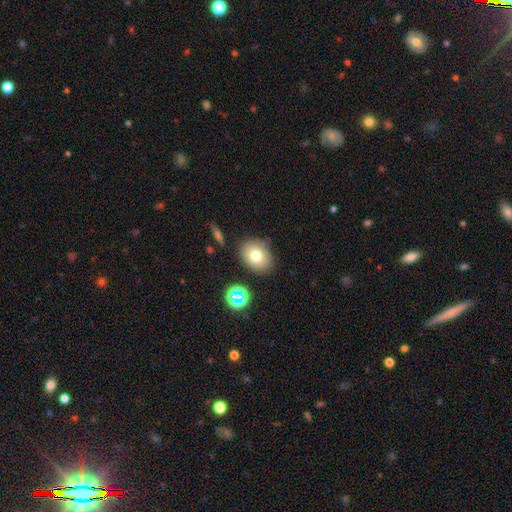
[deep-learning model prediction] Smooth or featured? Predicted: smooth (p=0.74). How rounded? Predicted: in between (p=0.54). Merging? Predicted: none (p=0.82).